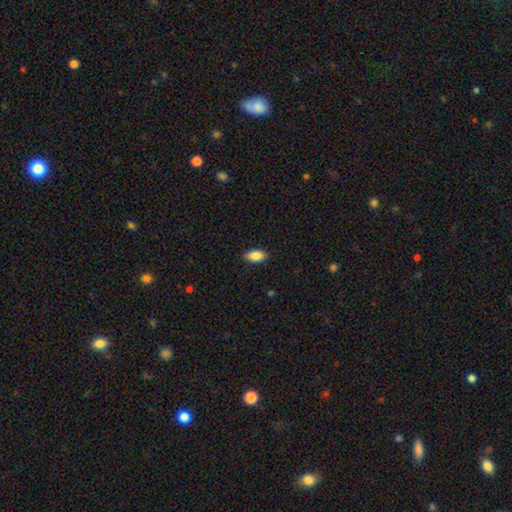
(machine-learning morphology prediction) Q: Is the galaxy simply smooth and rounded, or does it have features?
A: smooth — 88%.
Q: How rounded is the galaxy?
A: in between — 92%.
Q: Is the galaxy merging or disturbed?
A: none — 89%.